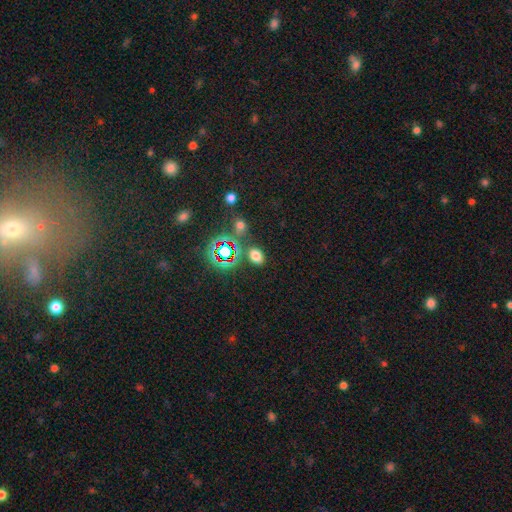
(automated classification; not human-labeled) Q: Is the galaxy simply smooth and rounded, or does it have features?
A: smooth — 67%.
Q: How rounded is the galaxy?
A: in between — 75%.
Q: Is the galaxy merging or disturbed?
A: none — 79%.